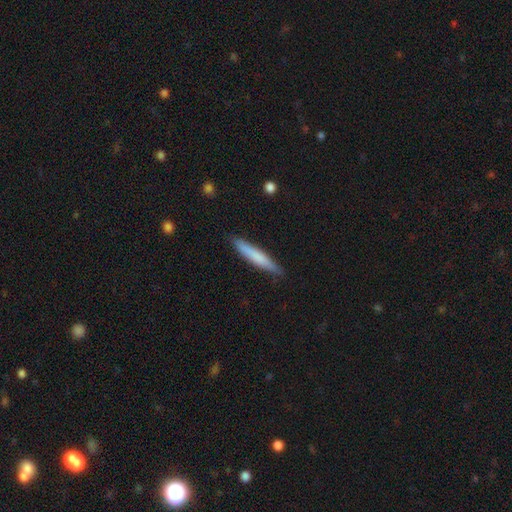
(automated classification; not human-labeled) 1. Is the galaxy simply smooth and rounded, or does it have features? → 71% smooth, 23% featured or disk, 5% star or artifact.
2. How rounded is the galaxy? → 93% cigar-shaped, 6% in between, 1% round.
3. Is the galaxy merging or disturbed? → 87% none, 10% minor disturbance, 2% major disturbance, 1% merger.